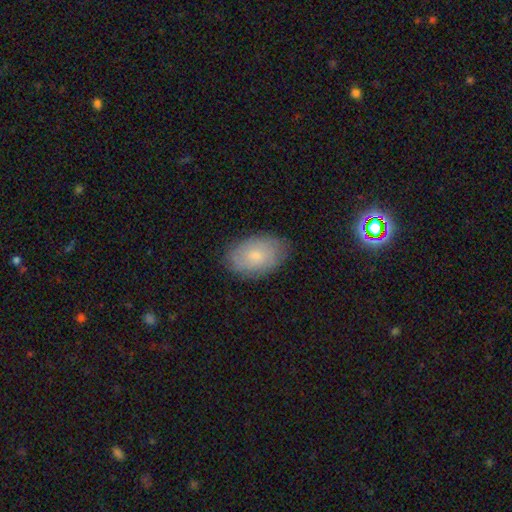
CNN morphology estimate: The model was most divided on "smooth or featured": smooth: 65%, featured or disk: 27%, star or artifact: 8%. More confident: how rounded — in between (90%); merging — none (80%).